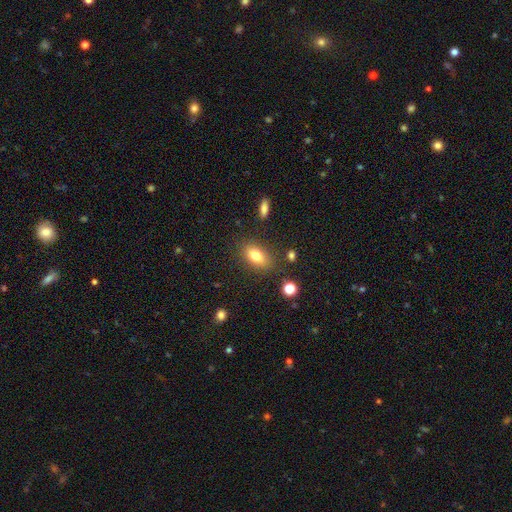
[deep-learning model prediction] Overall: smooth (78%). How rounded: in between (84%). Merging: none (81%).